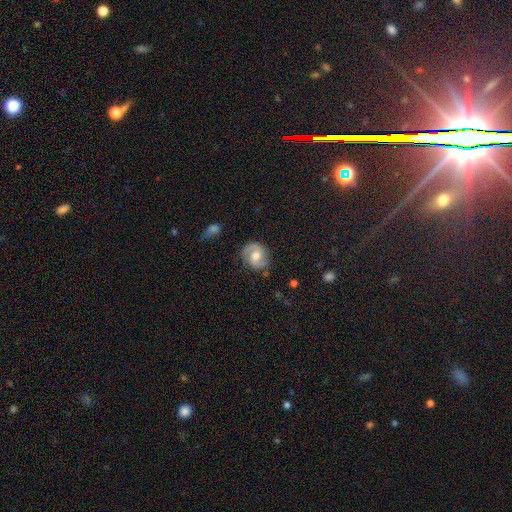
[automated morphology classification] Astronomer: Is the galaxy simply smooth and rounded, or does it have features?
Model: featured or disk — 67%.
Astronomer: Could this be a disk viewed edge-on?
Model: no — 97%.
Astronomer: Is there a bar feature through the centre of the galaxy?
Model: no — 56% (runner-up: weak, 36%).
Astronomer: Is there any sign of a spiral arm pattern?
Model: yes — 90%.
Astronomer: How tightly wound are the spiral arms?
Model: medium — 48% (runner-up: tight, 31%).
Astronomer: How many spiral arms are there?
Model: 2 — 88%.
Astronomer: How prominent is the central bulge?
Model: moderate — 65%.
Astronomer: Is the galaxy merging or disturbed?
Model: none — 78%.